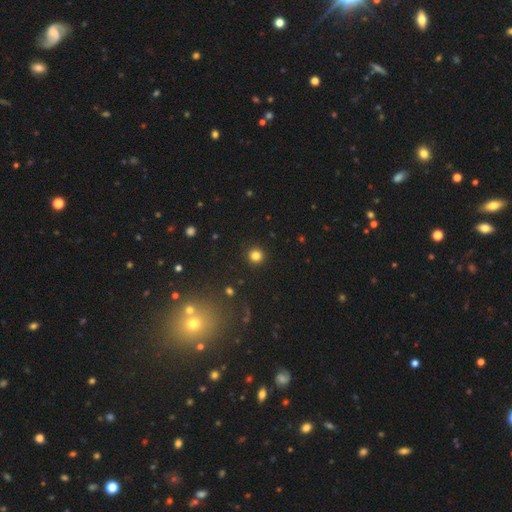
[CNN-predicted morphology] Smooth or featured?
  - smooth: 82% *
  - star or artifact: 13%
  - featured or disk: 5%
How rounded?
  - round: 95% *
  - in between: 4%
  - cigar-shaped: 1%
Merging?
  - none: 93% *
  - minor disturbance: 4%
  - major disturbance: 2%
  - merger: 1%